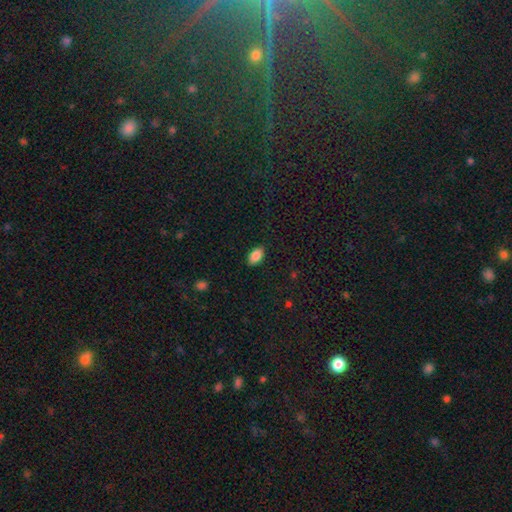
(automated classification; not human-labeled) Smooth or featured?
  - smooth: 86% *
  - star or artifact: 8%
  - featured or disk: 6%
How rounded?
  - in between: 91% *
  - round: 6%
  - cigar-shaped: 2%
Merging?
  - none: 87% *
  - minor disturbance: 10%
  - major disturbance: 2%
  - merger: 1%